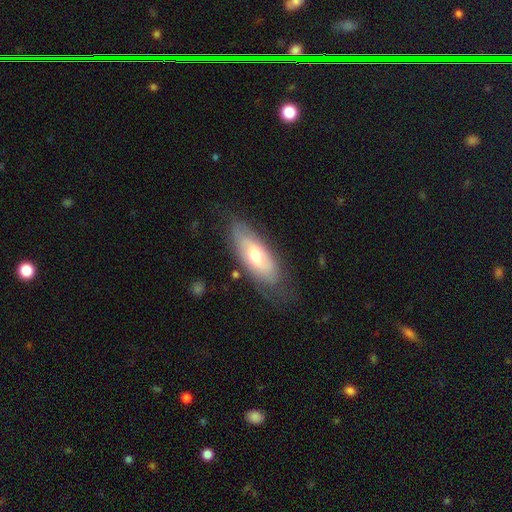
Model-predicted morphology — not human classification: Q: Smooth or featured?
A: featured or disk (48%); runner-up: smooth (45%)
Q: Merging?
A: none (69%); runner-up: minor disturbance (22%)